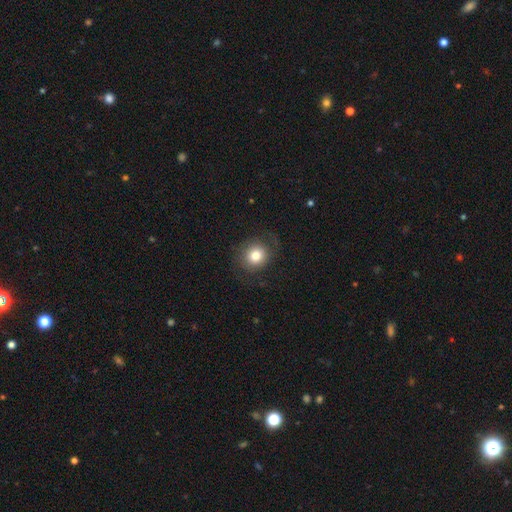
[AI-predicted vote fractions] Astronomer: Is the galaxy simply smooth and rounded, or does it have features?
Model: smooth — 75%.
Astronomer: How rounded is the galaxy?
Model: round — 85%.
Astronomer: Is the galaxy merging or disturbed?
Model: none — 77%.